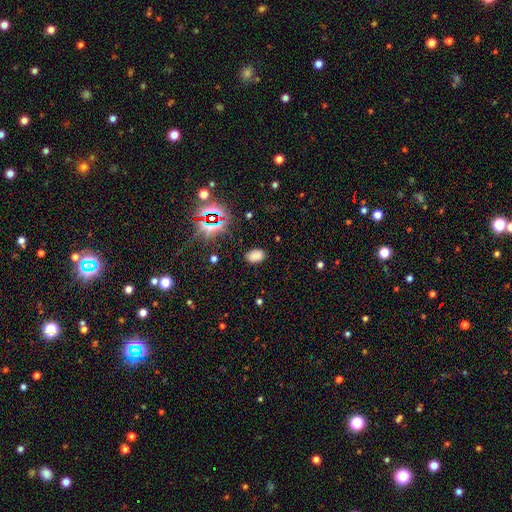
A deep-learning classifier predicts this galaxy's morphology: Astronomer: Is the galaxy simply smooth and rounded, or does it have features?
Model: smooth — 74%.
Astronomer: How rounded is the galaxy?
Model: in between — 89%.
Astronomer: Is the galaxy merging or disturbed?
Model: none — 84%.